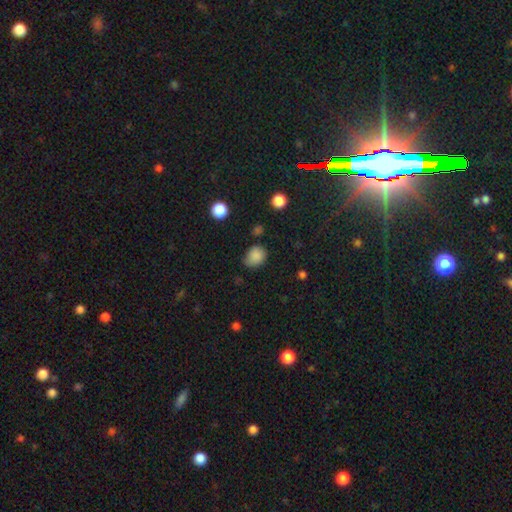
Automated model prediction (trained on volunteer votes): smooth-or-featured: smooth: 85% | star or artifact: 11% | featured or disk: 5%
  how-rounded: round: 50% | in between: 49% | cigar-shaped: 1%
  merging: none: 61% | minor disturbance: 29% | major disturbance: 6% | merger: 3%